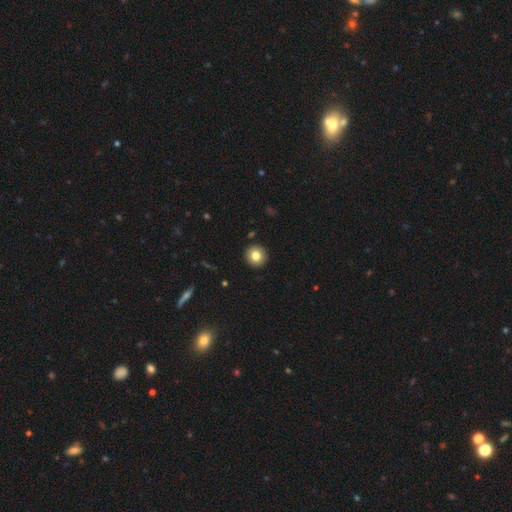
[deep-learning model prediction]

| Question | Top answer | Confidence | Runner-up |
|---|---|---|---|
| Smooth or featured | smooth | 81% | featured or disk (9%) |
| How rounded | round | 95% | in between (4%) |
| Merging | none | 93% | minor disturbance (4%) |